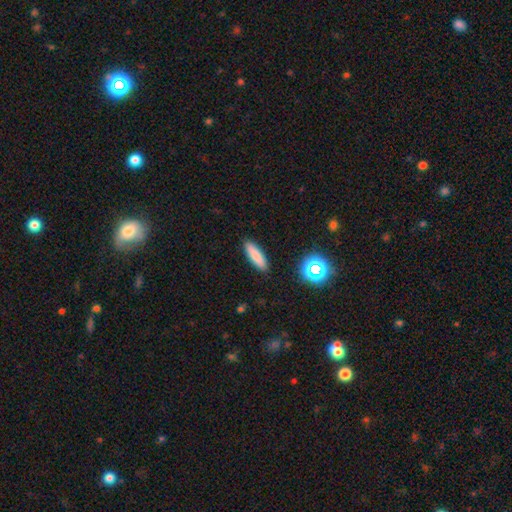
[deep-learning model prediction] Smooth or featured: smooth — 82% (star or artifact — 9%)
How rounded: cigar-shaped — 62% (in between — 36%)
Merging: none — 91% (minor disturbance — 6%)